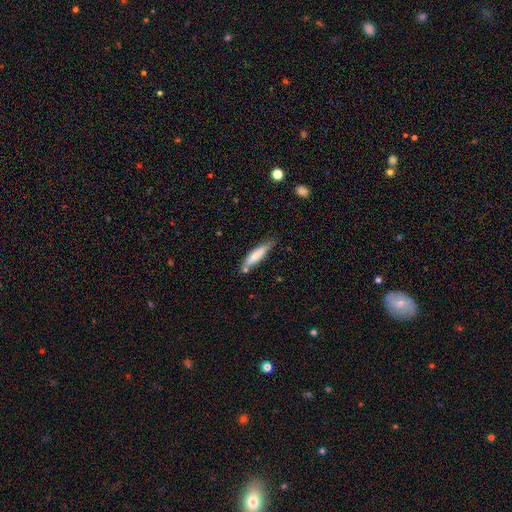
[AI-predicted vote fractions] Smooth or featured? smooth (74%)
How rounded? cigar-shaped (77%)
Merging? none (63%)